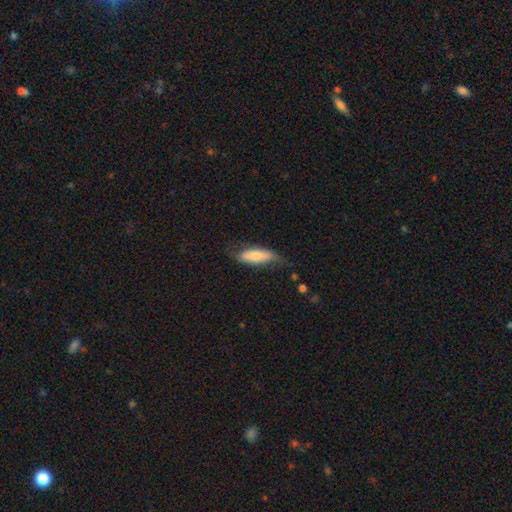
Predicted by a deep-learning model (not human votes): The model was most divided on "merging": none: 52%, minor disturbance: 32%, major disturbance: 13%, merger: 2%. More confident: smooth or featured — smooth (65%); how rounded — in between (61%).